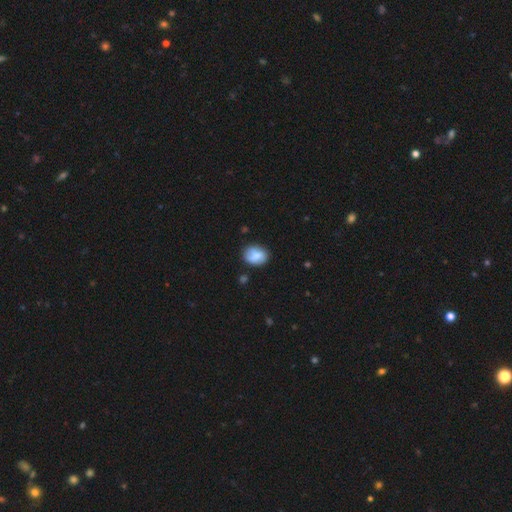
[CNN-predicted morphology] Smooth or featured: smooth — 75% (featured or disk — 17%)
How rounded: in between — 51% (round — 48%)
Merging: none — 71% (minor disturbance — 22%)